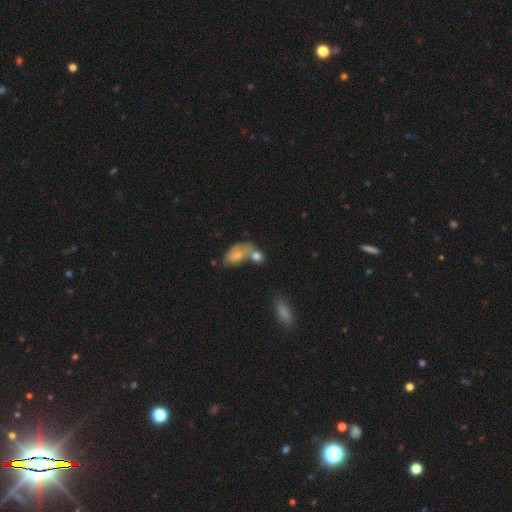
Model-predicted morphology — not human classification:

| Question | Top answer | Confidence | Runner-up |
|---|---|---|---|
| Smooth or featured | smooth | 45% | featured or disk (30%) |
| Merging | none | 42% | merger (37%) |